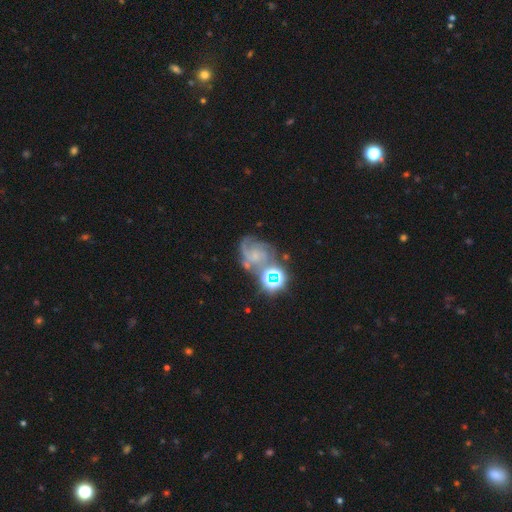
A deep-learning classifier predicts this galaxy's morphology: The model was most divided on "spiral arm count": 3: 28%, 2: 27%, can't tell: 25%, 1: 7%, 4: 7%, more than 4: 5%. Remaining: edge-on disk — no (98%); spiral arms — yes (91%); bar — no (72%); smooth or featured — featured or disk (65%); bulge size — small (64%); merging — none (45%); spiral winding — medium (44%).